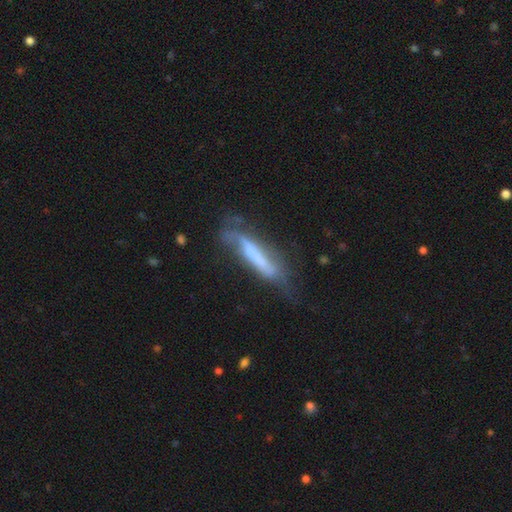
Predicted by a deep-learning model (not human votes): A featured or disk galaxy (50%).

Vote fractions:
- Smooth or featured? featured or disk: 50% / smooth: 42% / star or artifact: 8%
- Merging? none: 45% / minor disturbance: 29% / major disturbance: 21% / merger: 5%